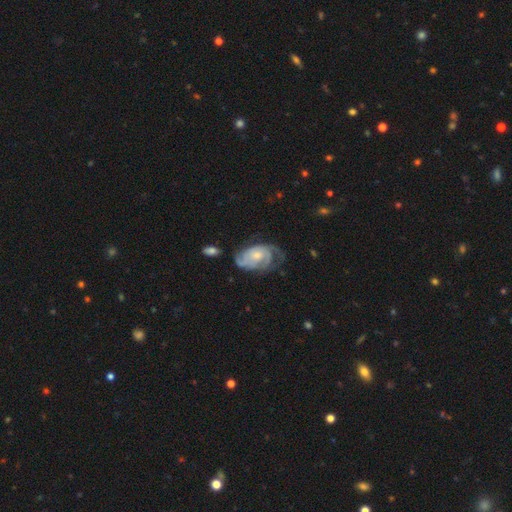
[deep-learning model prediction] A featured or disk galaxy (82%) with no bar (74%), 2 (34%) tight (53%) spiral arms (94%) and a small central bulge (52%).

Vote fractions:
- Smooth or featured? featured or disk: 82% / smooth: 13% / star or artifact: 5%
- Edge-on disk? no: 97% / yes: 3%
- Bar? no: 74% / weak: 22% / strong: 4%
- Spiral arms? yes: 94% / no: 6%
- Spiral winding? tight: 53% / medium: 35% / loose: 13%
- Spiral arm count? 2: 34% / can't tell: 26% / 3: 22% / 4: 7% / 1: 6% / more than 4: 4%
- Bulge size? small: 52% / moderate: 40% / large: 3% / none: 3% / dominant: 1%
- Merging? none: 53% / minor disturbance: 25% / major disturbance: 19% / merger: 3%